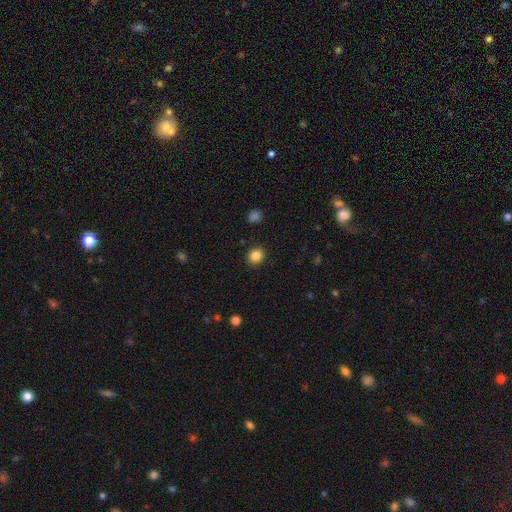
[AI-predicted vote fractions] smooth-or-featured: smooth: 85% | star or artifact: 11% | featured or disk: 4%
  how-rounded: round: 73% | in between: 26% | cigar-shaped: 1%
  merging: none: 89% | minor disturbance: 7% | major disturbance: 2% | merger: 1%